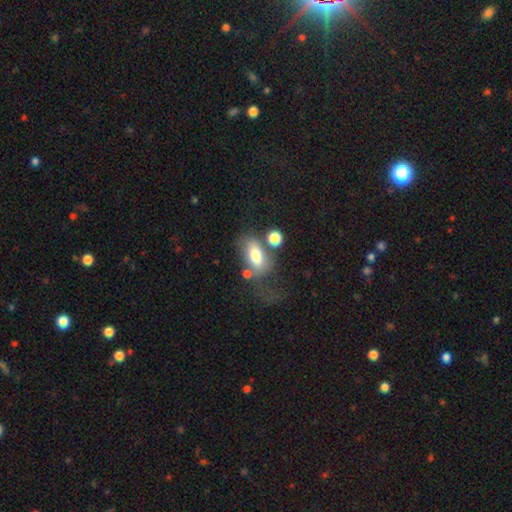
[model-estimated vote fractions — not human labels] Smooth or featured?
  - smooth: 70% *
  - featured or disk: 20%
  - star or artifact: 9%
How rounded?
  - in between: 85% *
  - round: 11%
  - cigar-shaped: 3%
Merging?
  - none: 33% *
  - major disturbance: 26%
  - merger: 22%
  - minor disturbance: 19%